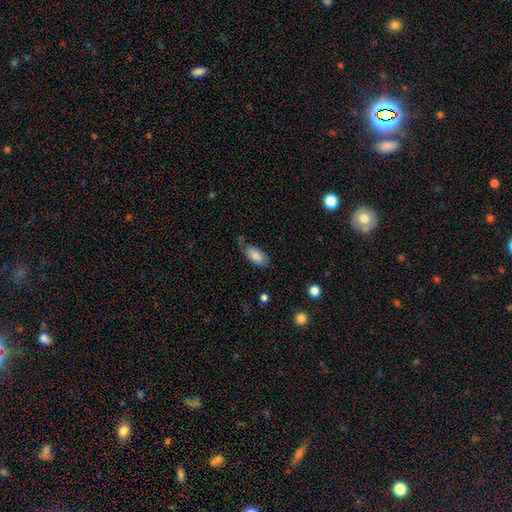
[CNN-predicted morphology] A smooth galaxy with no disk features (82%) that is in between round and cigar-shaped (91%). Merging: none (49%).